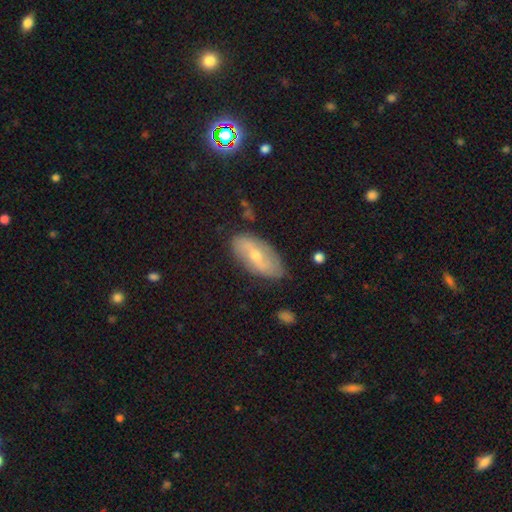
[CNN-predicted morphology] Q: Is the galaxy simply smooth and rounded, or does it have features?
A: featured or disk — 55%.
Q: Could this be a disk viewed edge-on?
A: no — 85%.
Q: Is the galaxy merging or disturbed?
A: none — 76%.